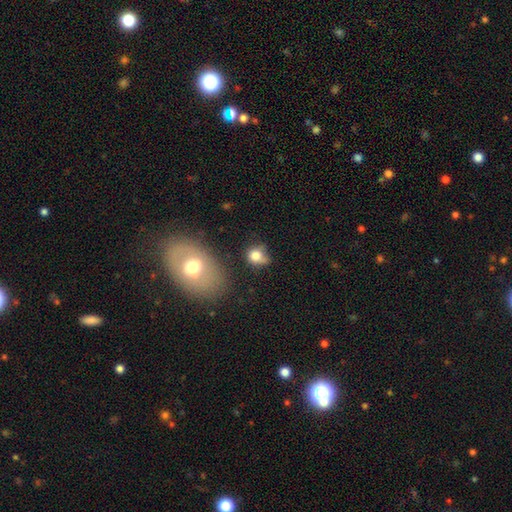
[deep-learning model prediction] Smooth or featured? smooth (76%)
How rounded? round (60%)
Merging? none (41%)